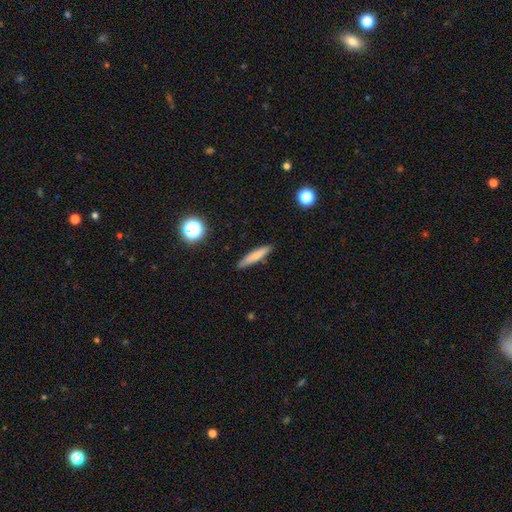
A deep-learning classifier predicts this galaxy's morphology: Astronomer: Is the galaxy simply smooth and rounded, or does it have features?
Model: smooth — 75%.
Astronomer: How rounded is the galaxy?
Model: cigar-shaped — 88%.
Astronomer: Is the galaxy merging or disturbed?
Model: none — 88%.